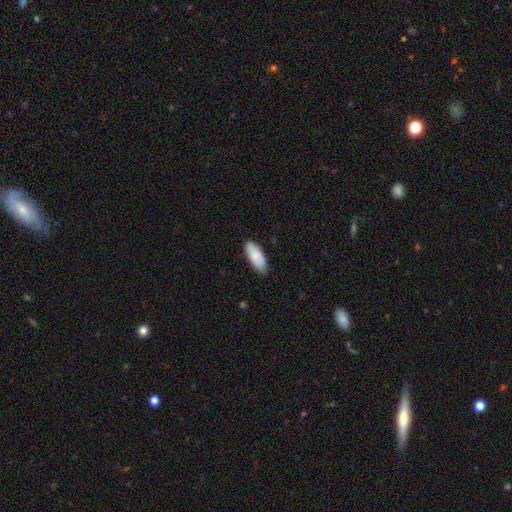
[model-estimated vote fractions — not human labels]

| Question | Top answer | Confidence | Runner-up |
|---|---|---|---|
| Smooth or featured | smooth | 81% | featured or disk (13%) |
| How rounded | in between | 85% | cigar-shaped (13%) |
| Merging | none | 80% | minor disturbance (17%) |